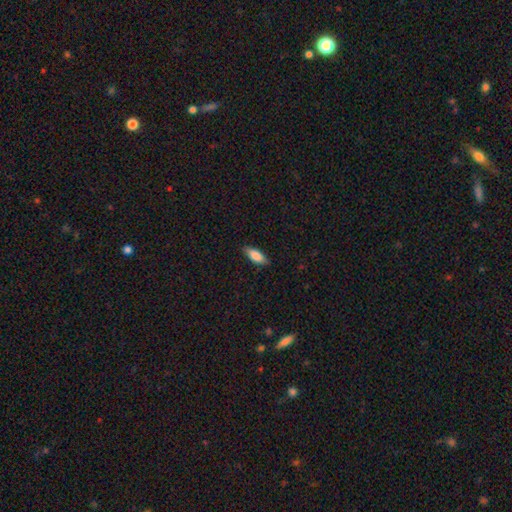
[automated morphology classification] smooth 82%, featured or disk 11%, star or artifact 6%. Down the decision tree: how rounded — in between (75%); merging — none (84%).